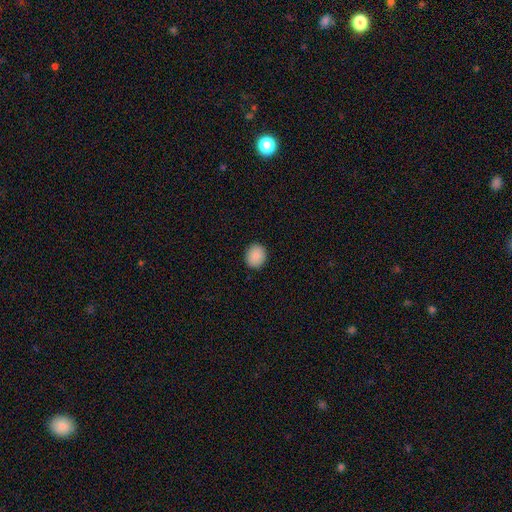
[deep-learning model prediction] Overall: smooth (89%). How rounded: round (69%; in between 30%). Merging: none (91%).